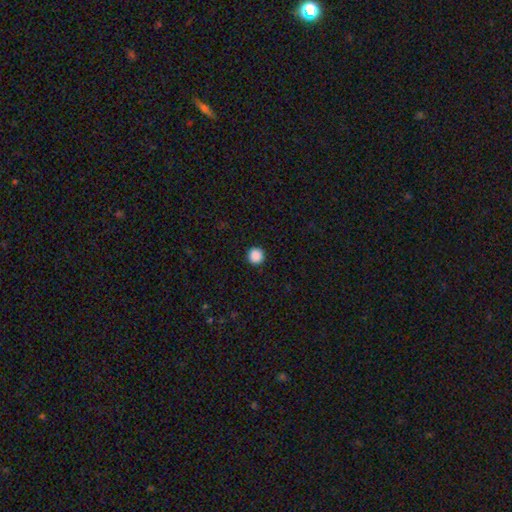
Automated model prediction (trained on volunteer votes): Smooth or featured: smooth — 88% (star or artifact — 9%)
How rounded: round — 96% (in between — 3%)
Merging: none — 93% (minor disturbance — 4%)